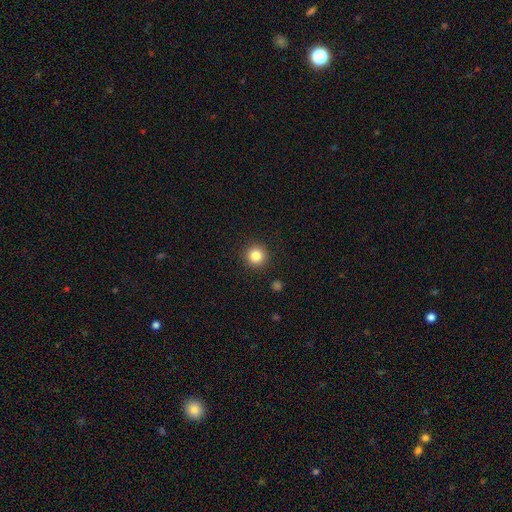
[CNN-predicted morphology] The model was most divided on "smooth or featured": smooth: 84%, star or artifact: 11%, featured or disk: 5%. More confident: how rounded — round (95%); merging — none (92%).